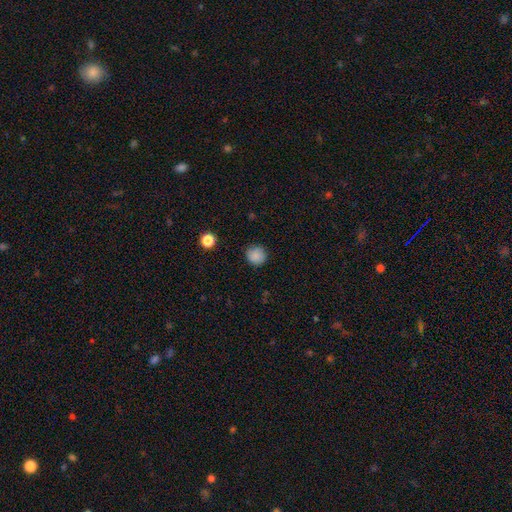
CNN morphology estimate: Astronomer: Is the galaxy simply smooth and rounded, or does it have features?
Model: smooth — 86%.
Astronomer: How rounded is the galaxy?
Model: round — 93%.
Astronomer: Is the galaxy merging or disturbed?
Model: none — 87%.